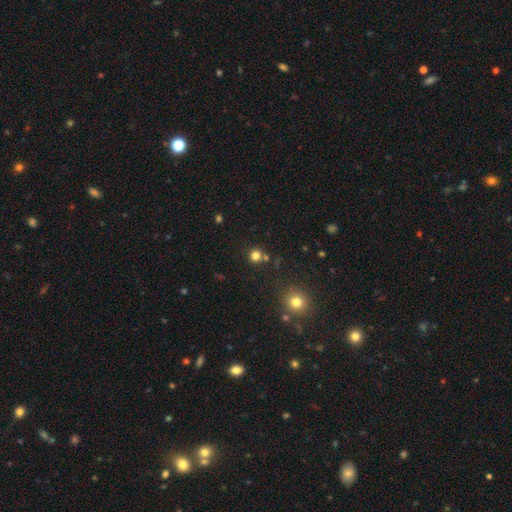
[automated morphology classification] smooth-or-featured: smooth: 77% | star or artifact: 18% | featured or disk: 5%
  how-rounded: round: 92% | in between: 7% | cigar-shaped: 1%
  merging: none: 79% | merger: 11% | minor disturbance: 7% | major disturbance: 3%